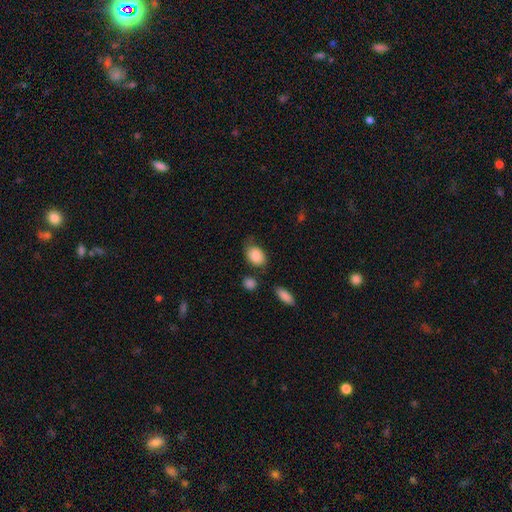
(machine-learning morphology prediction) Smooth or featured? smooth (85%)
How rounded? in between (80%)
Merging? none (59%)